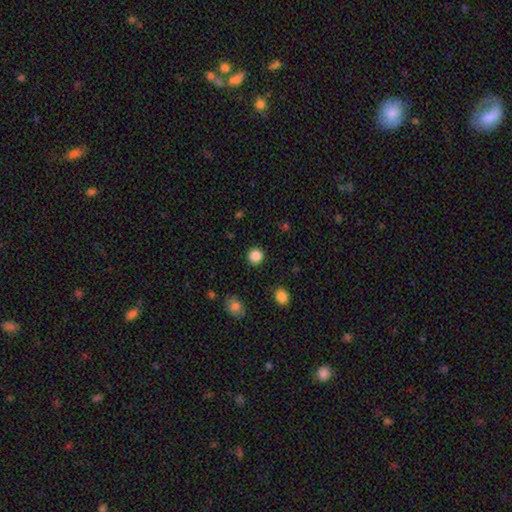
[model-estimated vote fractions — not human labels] This appears to be a smooth galaxy with no disk features (86%) that is round (93%). Merging: none (91%).